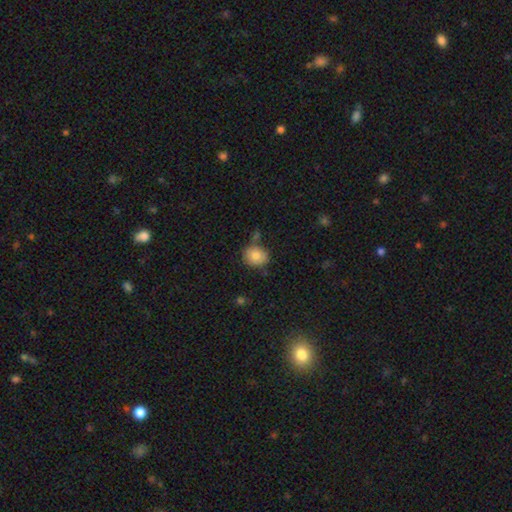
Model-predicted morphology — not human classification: smooth 82%, featured or disk 10%, star or artifact 8%. Down the decision tree: how rounded — round (68%); merging — none (70%).